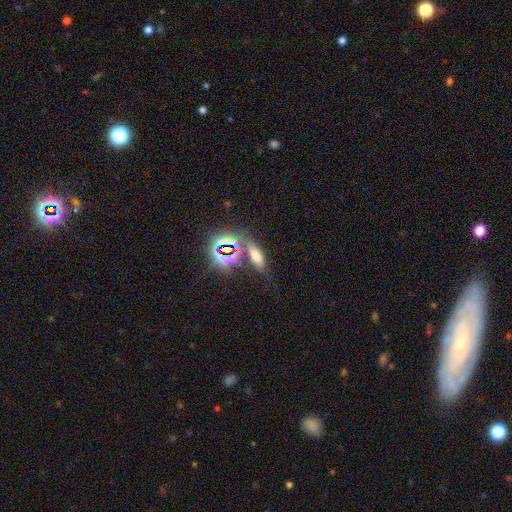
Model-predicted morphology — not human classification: A smooth galaxy with no disk features (57%) that is in between round and cigar-shaped (68%).

Vote fractions:
- Smooth or featured? smooth: 57% / star or artifact: 32% / featured or disk: 11%
- How rounded? in between: 68% / cigar-shaped: 23% / round: 9%
- Merging? none: 68% / minor disturbance: 13% / merger: 12% / major disturbance: 6%